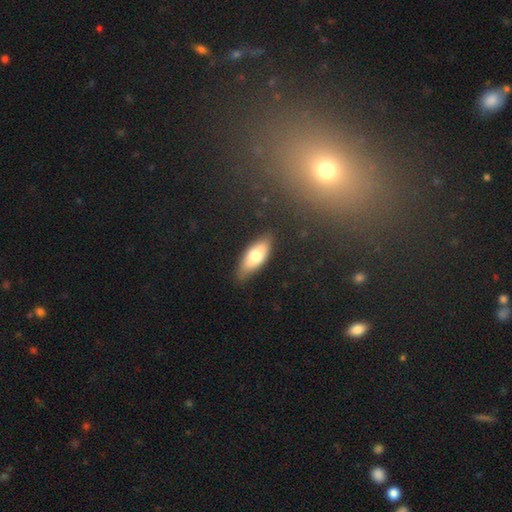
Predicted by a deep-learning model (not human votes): Smooth or featured?
  - smooth: 68% *
  - featured or disk: 26%
  - star or artifact: 6%
How rounded?
  - in between: 78% *
  - cigar-shaped: 20%
  - round: 3%
Merging?
  - none: 81% *
  - minor disturbance: 15%
  - major disturbance: 3%
  - merger: 2%